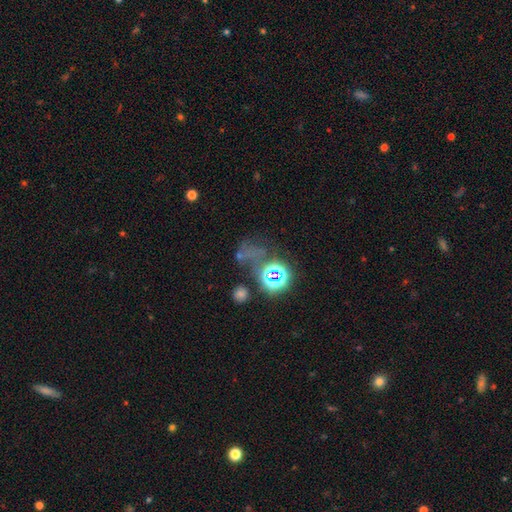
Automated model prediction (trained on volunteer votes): Smooth or featured? Predicted: star or artifact (p=0.60).